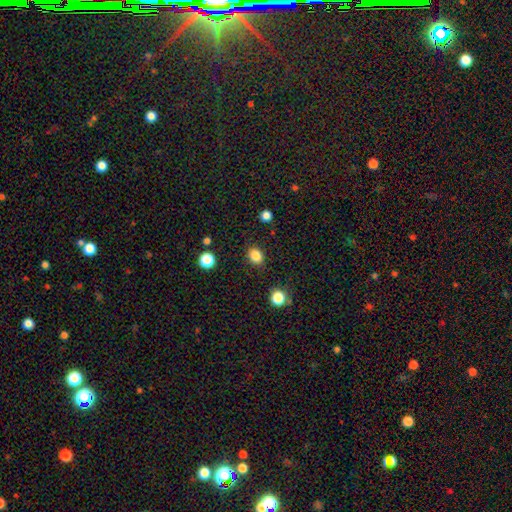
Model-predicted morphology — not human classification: The model was most divided on "how rounded": round: 53%, in between: 46%, cigar-shaped: 1%. More confident: merging — none (87%); smooth or featured — smooth (85%).